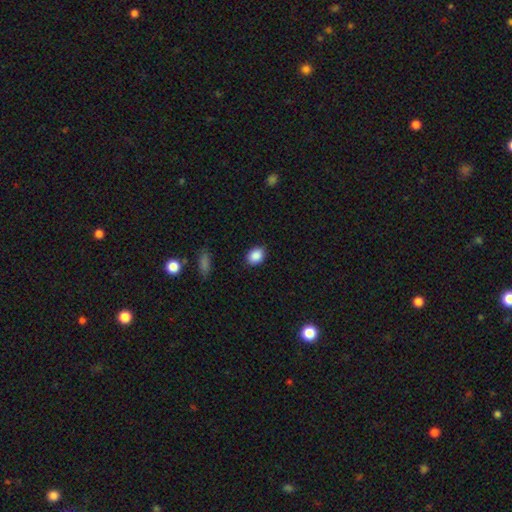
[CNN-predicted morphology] Smooth or featured: smooth — 88% (star or artifact — 8%)
How rounded: in between — 59% (round — 39%)
Merging: none — 84% (minor disturbance — 12%)